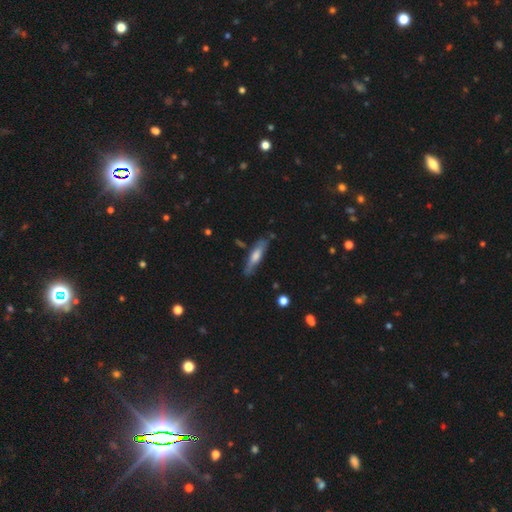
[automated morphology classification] Smooth or featured? Predicted: smooth (p=0.50). How rounded? Predicted: cigar-shaped (p=0.78). Merging? Predicted: none (p=0.79).